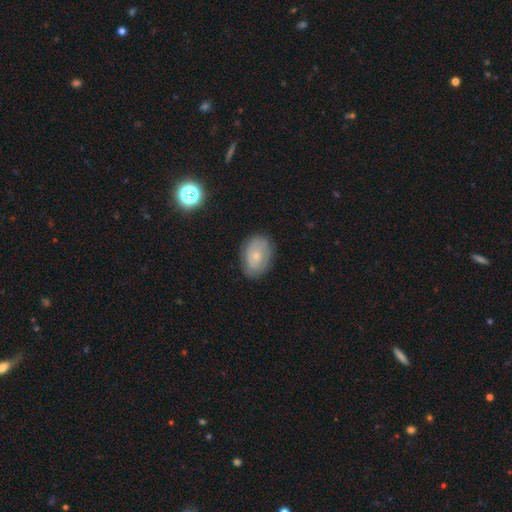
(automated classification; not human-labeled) This appears to be a smooth galaxy with no disk features (50%) that is in between round and cigar-shaped (78%). Merging: none (78%).